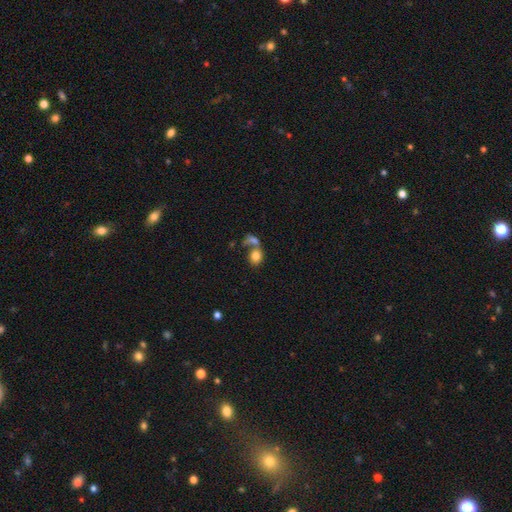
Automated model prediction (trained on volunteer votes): Smooth or featured: smooth — 76% (featured or disk — 14%)
How rounded: round — 61% (in between — 37%)
Merging: merger — 52% (none — 30%)